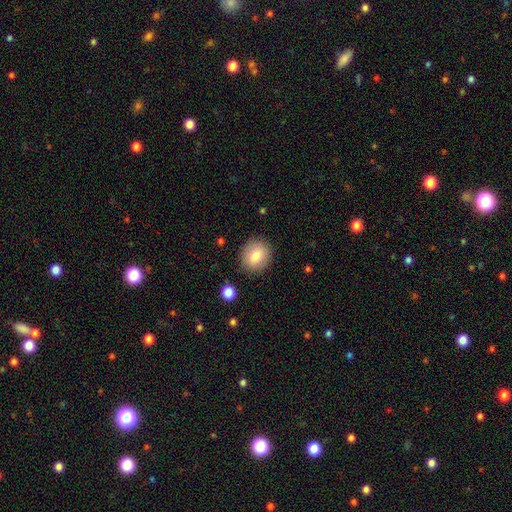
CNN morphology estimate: Overall: smooth (81%). How rounded: round (79%). Merging: none (87%).